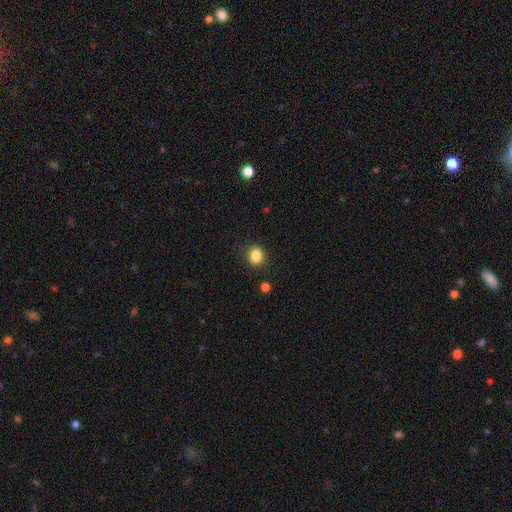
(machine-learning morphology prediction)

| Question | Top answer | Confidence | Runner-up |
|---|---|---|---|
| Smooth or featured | smooth | 85% | star or artifact (10%) |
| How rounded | round | 55% | in between (43%) |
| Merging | none | 87% | minor disturbance (9%) |